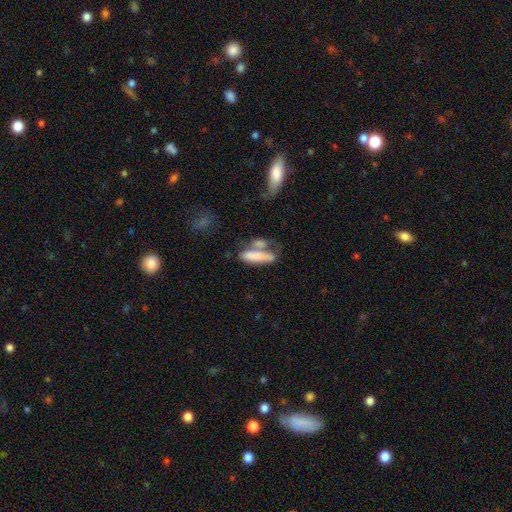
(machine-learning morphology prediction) Smooth or featured?
  - smooth: 72% *
  - featured or disk: 19%
  - star or artifact: 8%
How rounded?
  - in between: 56% *
  - cigar-shaped: 41%
  - round: 3%
Merging?
  - merger: 46% *
  - none: 25%
  - major disturbance: 14%
  - minor disturbance: 14%